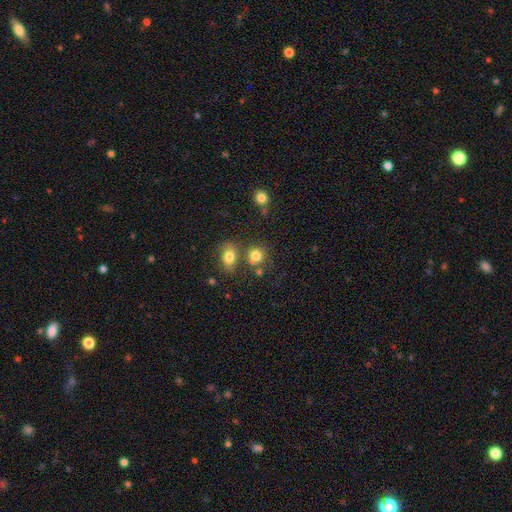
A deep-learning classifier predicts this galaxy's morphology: This is likely a smooth galaxy (80%). How rounded: likely round (77%). Merging: likely none (61%).